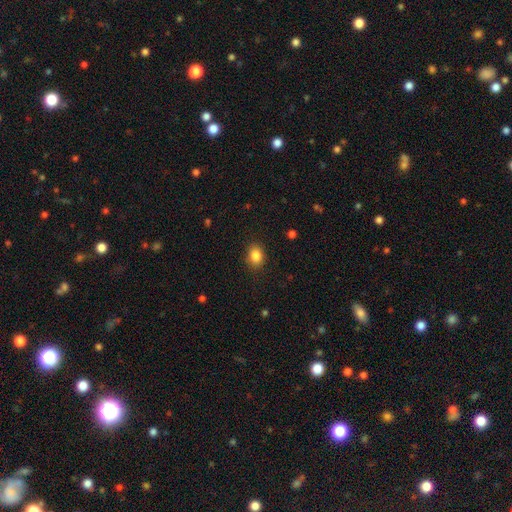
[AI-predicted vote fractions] Smooth or featured? Predicted: smooth (p=0.85). How rounded? Predicted: in between (p=0.56). Merging? Predicted: none (p=0.88).